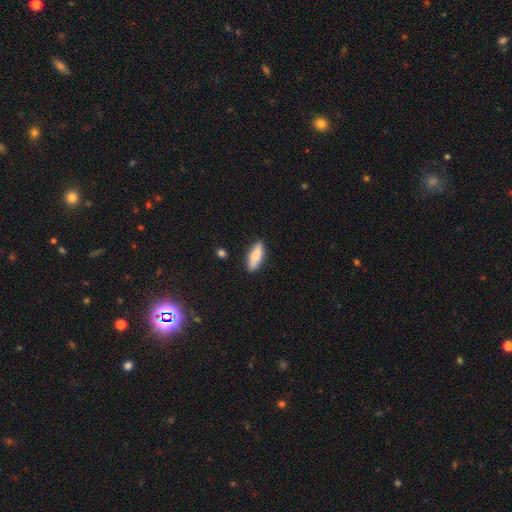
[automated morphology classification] Smooth or featured?
  - smooth: 83% *
  - featured or disk: 11%
  - star or artifact: 6%
How rounded?
  - in between: 59% *
  - cigar-shaped: 39%
  - round: 2%
Merging?
  - none: 85% *
  - minor disturbance: 11%
  - major disturbance: 2%
  - merger: 2%